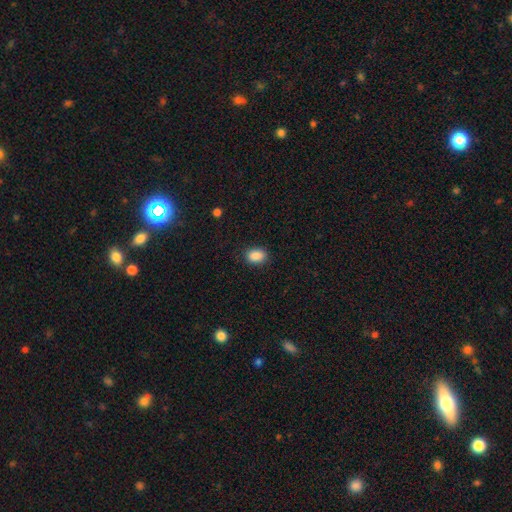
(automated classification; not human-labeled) Q: Smooth or featured?
A: smooth (88%); runner-up: star or artifact (9%)
Q: How rounded?
A: in between (70%); runner-up: round (29%)
Q: Merging?
A: none (87%); runner-up: minor disturbance (9%)